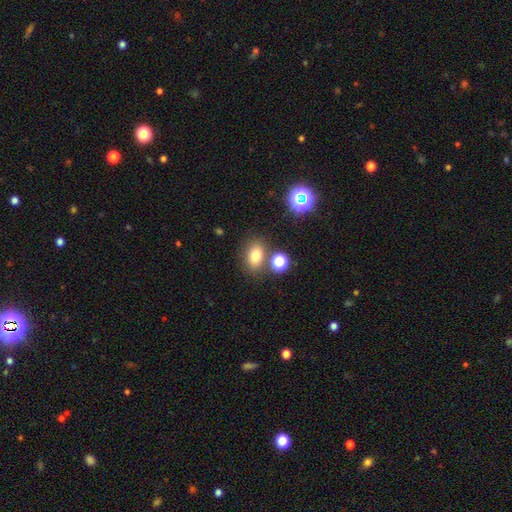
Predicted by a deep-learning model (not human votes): smooth_or_featured: smooth (p=0.76) [alt: star or artifact p=0.15]
how_rounded: in between (p=0.72) [alt: round p=0.26]
merging: none (p=0.73) [alt: merger p=0.12]